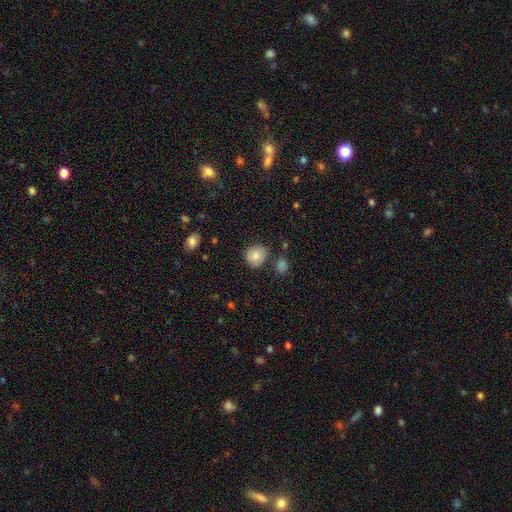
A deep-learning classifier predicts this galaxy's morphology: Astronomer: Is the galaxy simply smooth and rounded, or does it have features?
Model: smooth — 81%.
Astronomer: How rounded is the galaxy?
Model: round — 81%.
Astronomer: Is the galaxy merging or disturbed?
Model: none — 77%.